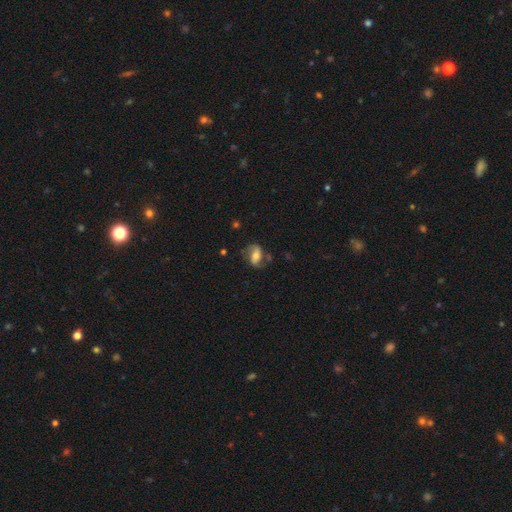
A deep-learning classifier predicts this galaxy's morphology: Smooth or featured? featured or disk (58%)
Edge-on disk? no (95%)
Bar? weak (35%)
Spiral arms? yes (86%)
Bulge size? moderate (51%)
Merging? none (61%)